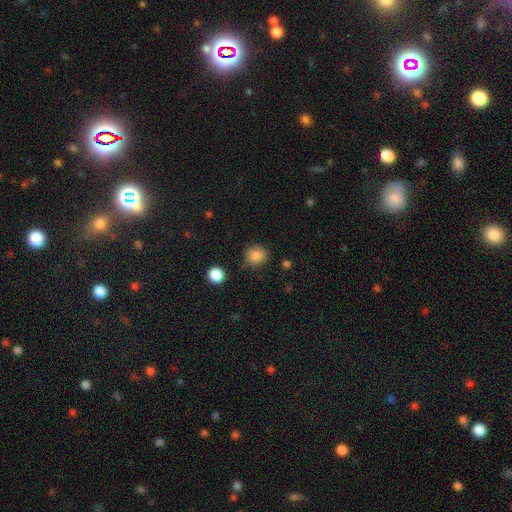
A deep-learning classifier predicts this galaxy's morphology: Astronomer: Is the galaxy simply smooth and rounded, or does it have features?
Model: smooth — 86%.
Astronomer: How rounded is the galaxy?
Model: round — 83%.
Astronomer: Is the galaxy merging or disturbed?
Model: none — 81%.